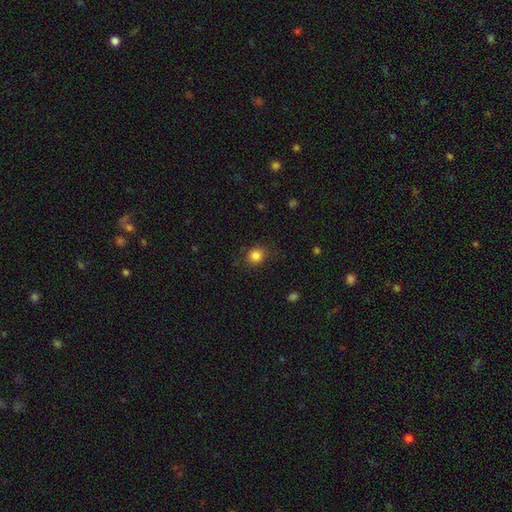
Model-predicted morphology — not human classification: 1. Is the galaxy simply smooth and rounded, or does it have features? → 85% smooth, 11% star or artifact, 4% featured or disk.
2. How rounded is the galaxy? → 82% round, 17% in between, 1% cigar-shaped.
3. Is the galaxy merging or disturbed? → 82% none, 13% minor disturbance, 4% major disturbance, 1% merger.